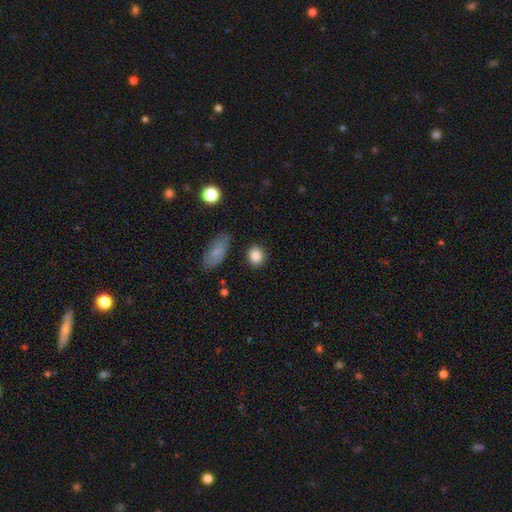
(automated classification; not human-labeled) Morphology: type=smooth (86%); roundness=round (72%); merging=none (83%).